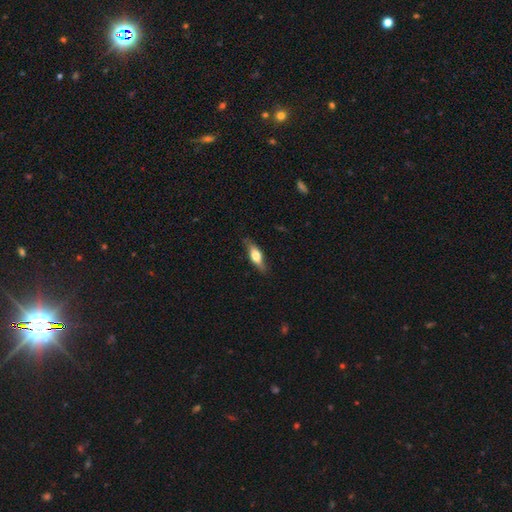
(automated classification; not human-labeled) Smooth or featured?
  - smooth: 53% *
  - featured or disk: 41%
  - star or artifact: 6%
How rounded?
  - in between: 50% *
  - cigar-shaped: 46%
  - round: 3%
Merging?
  - none: 79% *
  - minor disturbance: 17%
  - major disturbance: 3%
  - merger: 1%